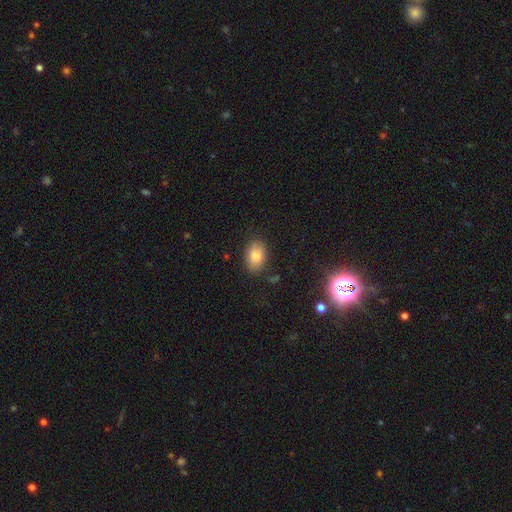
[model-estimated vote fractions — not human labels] The model was most divided on "merging": none: 81%, minor disturbance: 14%, major disturbance: 4%, merger: 2%. More confident: how rounded — in between (86%); smooth or featured — smooth (83%).